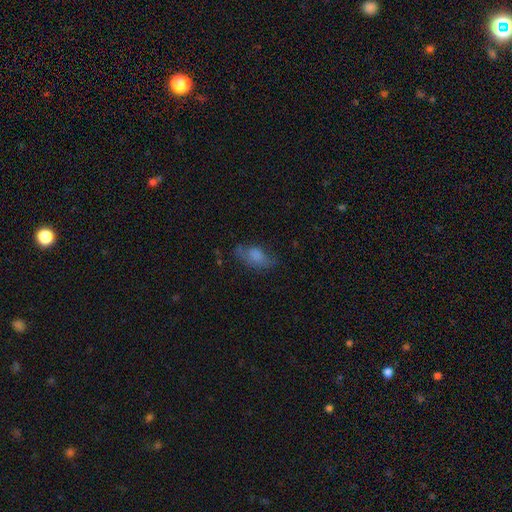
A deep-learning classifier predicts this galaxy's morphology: smooth-or-featured: smooth: 70% | featured or disk: 20% | star or artifact: 10%
  how-rounded: in between: 89% | round: 6% | cigar-shaped: 5%
  merging: none: 54% | minor disturbance: 28% | major disturbance: 16% | merger: 3%